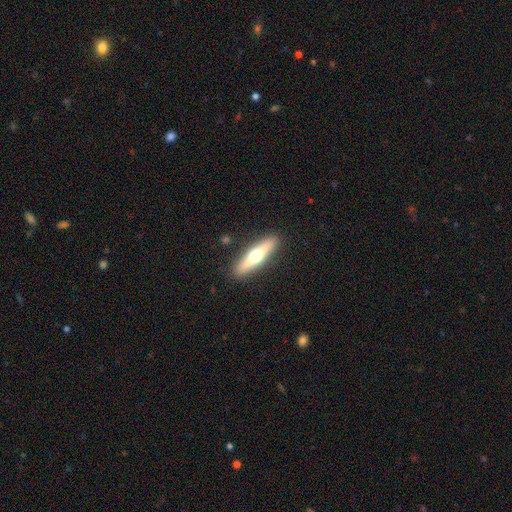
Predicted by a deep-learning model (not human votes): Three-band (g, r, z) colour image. It shows a featured or disk galaxy (48%). Merging: none (89%).